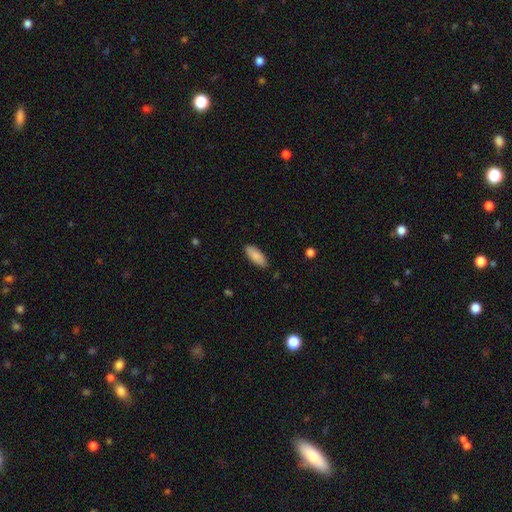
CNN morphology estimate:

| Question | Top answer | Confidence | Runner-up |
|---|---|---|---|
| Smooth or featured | smooth | 87% | featured or disk (7%) |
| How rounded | in between | 77% | cigar-shaped (21%) |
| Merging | none | 88% | minor disturbance (9%) |